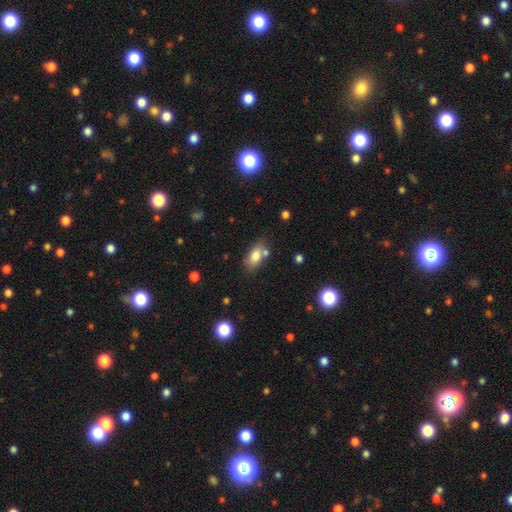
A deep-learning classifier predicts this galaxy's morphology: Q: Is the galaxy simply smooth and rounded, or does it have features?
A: smooth — 79%.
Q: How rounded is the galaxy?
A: in between — 86%.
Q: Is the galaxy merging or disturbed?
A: none — 65%.